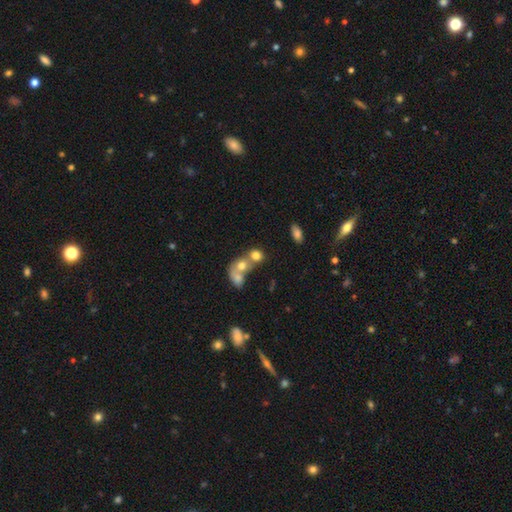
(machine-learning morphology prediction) Overall: smooth (72%). How rounded: round (68%; in between 30%). Merging: merger (62%; none 27%).